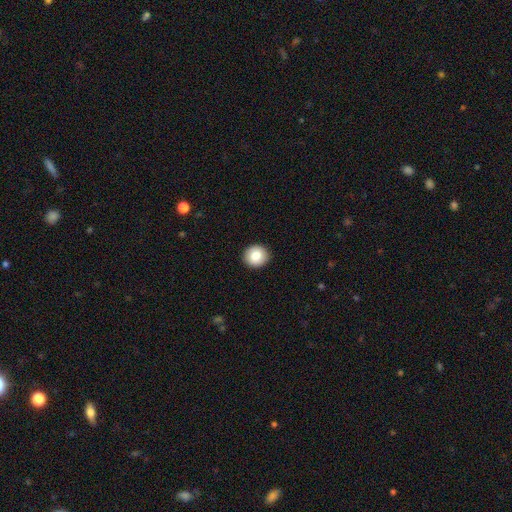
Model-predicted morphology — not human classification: Smooth or featured?
  - smooth: 85% *
  - star or artifact: 8%
  - featured or disk: 7%
How rounded?
  - round: 90% *
  - in between: 9%
  - cigar-shaped: 1%
Merging?
  - none: 92% *
  - minor disturbance: 5%
  - major disturbance: 1%
  - merger: 1%